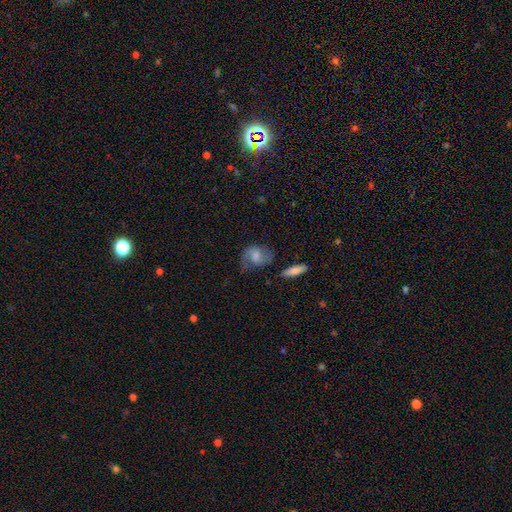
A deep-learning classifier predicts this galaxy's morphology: smooth-or-featured: featured or disk: 54% | smooth: 38% | star or artifact: 8%
  disk-edge-on: no: 95% | yes: 5%
    bar: weak: 46% | no: 42% | strong: 12%
    has-spiral-arms: yes: 87% | no: 13%
    bulge-size: moderate: 40% | small: 27% | none: 17% | large: 14% | dominant: 2%
  merging: none: 56% | minor disturbance: 25% | major disturbance: 15% | merger: 4%